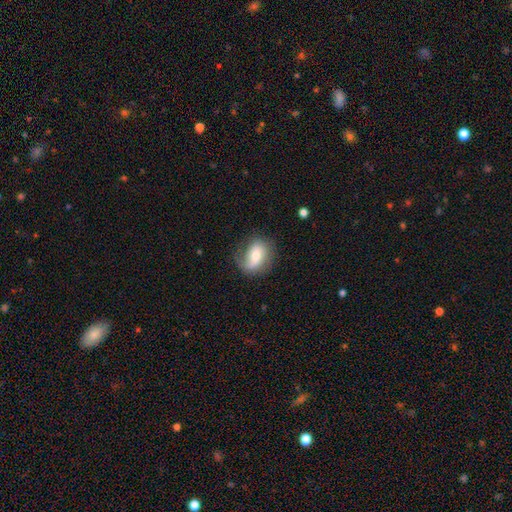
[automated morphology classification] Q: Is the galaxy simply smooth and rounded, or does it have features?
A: featured or disk — 48%.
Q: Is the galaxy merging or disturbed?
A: none — 61%.